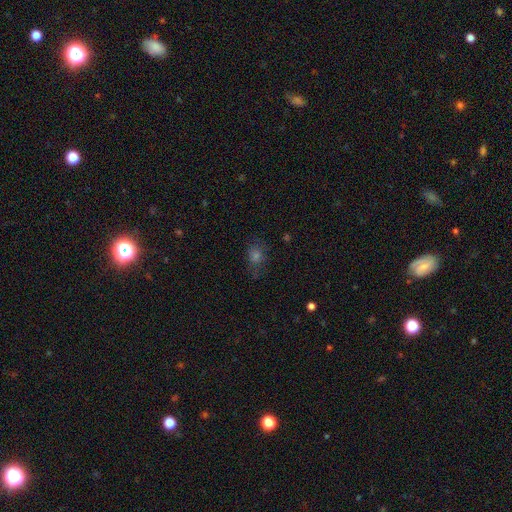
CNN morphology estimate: smooth_or_featured: smooth (p=0.53) [alt: star or artifact p=0.32]
how_rounded: in between (p=0.50) [alt: round p=0.48]
merging: none (p=0.69) [alt: minor disturbance p=0.19]